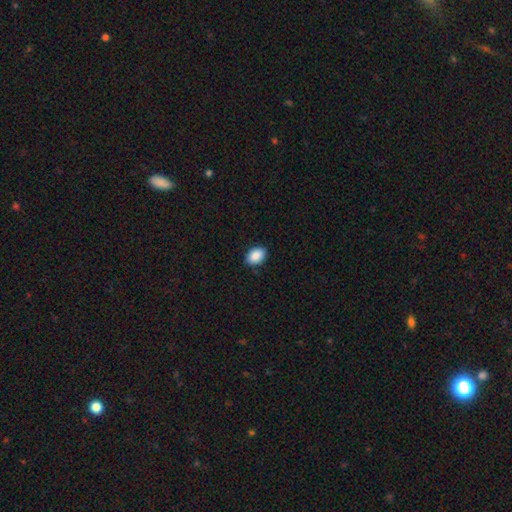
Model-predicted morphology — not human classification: Q: Smooth or featured?
A: smooth (90%); runner-up: star or artifact (7%)
Q: How rounded?
A: in between (81%); runner-up: round (18%)
Q: Merging?
A: none (88%); runner-up: minor disturbance (9%)